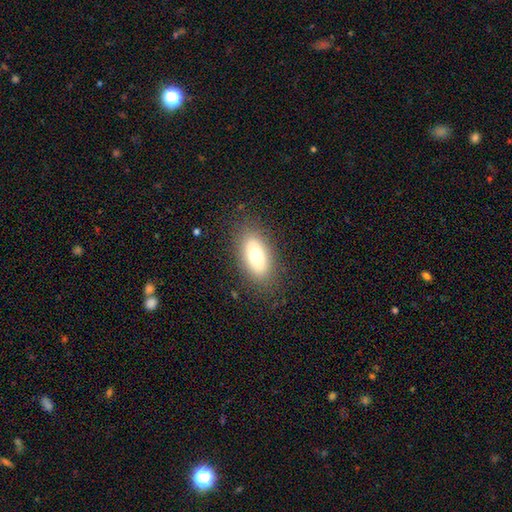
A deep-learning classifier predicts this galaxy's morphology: This is likely a smooth galaxy (64%). How rounded: clearly in between (90%). Merging: clearly none (83%).